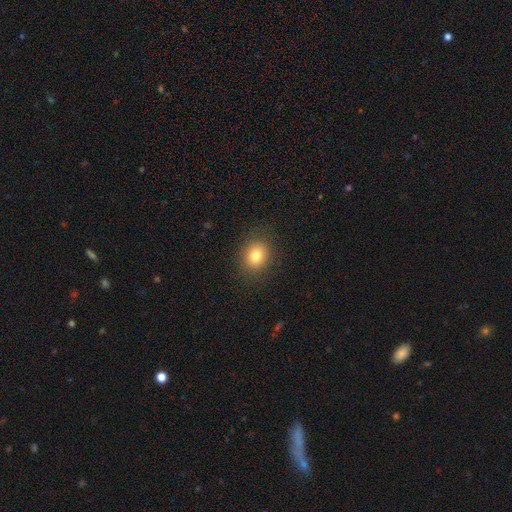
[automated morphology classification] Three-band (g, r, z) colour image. It shows a smooth galaxy with no disk features (80%) that is round (64%). Merging: none (87%).